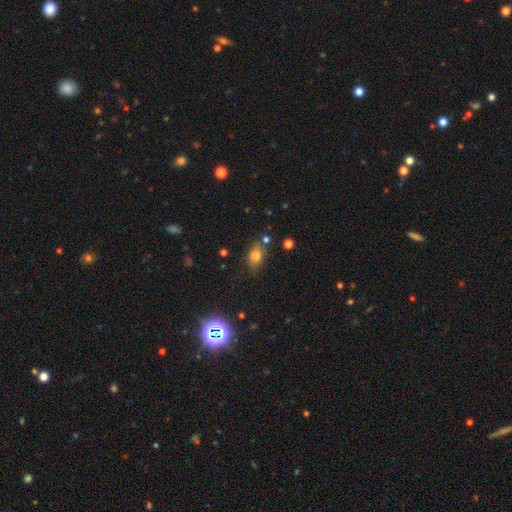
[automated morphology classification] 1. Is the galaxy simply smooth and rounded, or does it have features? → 74% smooth, 15% star or artifact, 11% featured or disk.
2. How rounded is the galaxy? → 74% in between, 23% round, 3% cigar-shaped.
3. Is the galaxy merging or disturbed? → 67% none, 20% minor disturbance, 7% merger, 6% major disturbance.